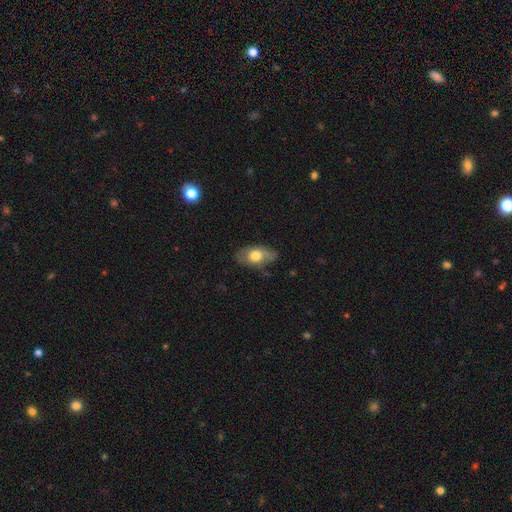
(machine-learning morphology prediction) A smooth galaxy with no disk features (60%) that is in between round and cigar-shaped (86%). Merging: none (66%).